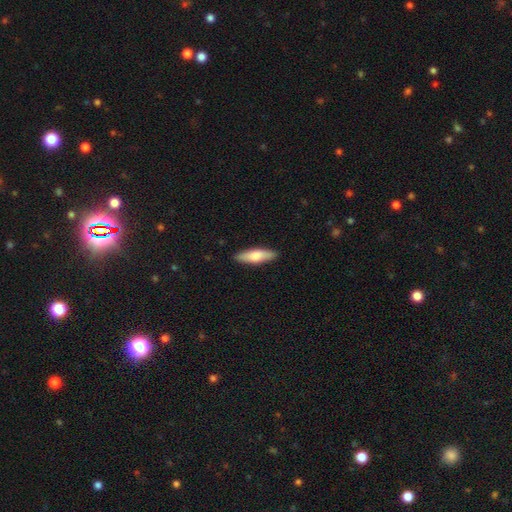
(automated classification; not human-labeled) smooth 72%, featured or disk 23%, star or artifact 5%. Down the decision tree: how rounded — cigar-shaped (58%); merging — none (89%).